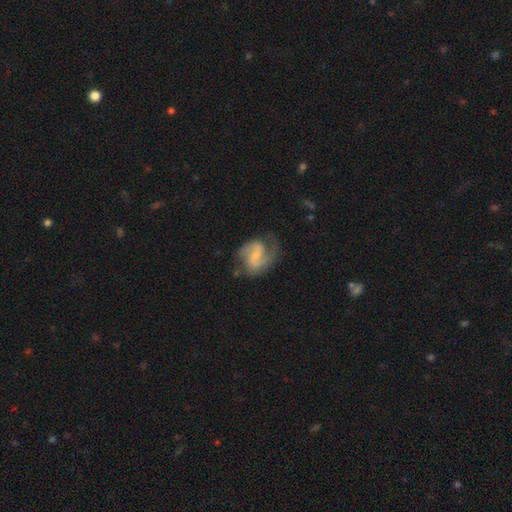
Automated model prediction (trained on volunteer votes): smooth-or-featured: featured or disk: 80% | smooth: 14% | star or artifact: 6%
  disk-edge-on: no: 98% | yes: 2%
    bar: weak: 54% | no: 29% | strong: 17%
    has-spiral-arms: yes: 94% | no: 6%
      spiral-winding: medium: 52% | loose: 29% | tight: 18%
      spiral-arm-count: 2: 83% | 1: 7% | can't tell: 6% | 3: 2% | 4: 1% | more than 4: 1%
    bulge-size: small: 56% | moderate: 25% | none: 16% | large: 2% | dominant: 1%
  merging: none: 61% | minor disturbance: 23% | major disturbance: 14% | merger: 2%